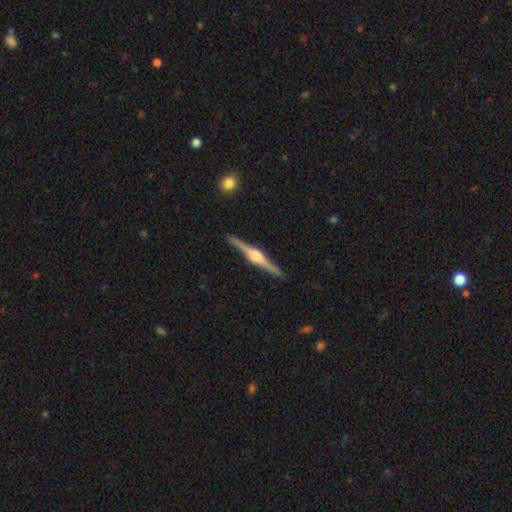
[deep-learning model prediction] A featured or disk galaxy (87%) viewed edge-on (99%) with a rounded central bulge (89%). Merging: none (91%).